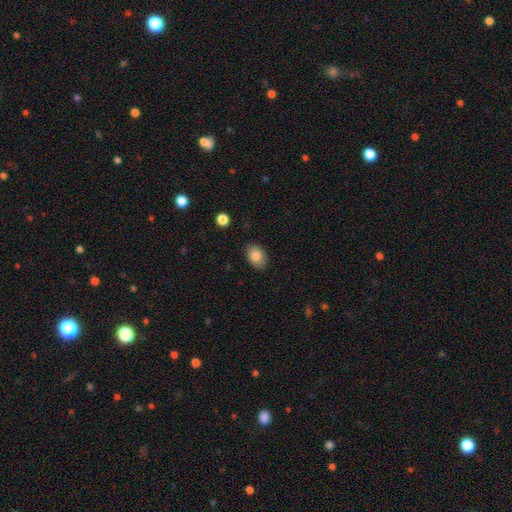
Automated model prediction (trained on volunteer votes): smooth_or_featured: smooth (p=0.85) [alt: star or artifact p=0.08]
how_rounded: in between (p=0.82) [alt: round p=0.17]
merging: none (p=0.86) [alt: minor disturbance p=0.10]